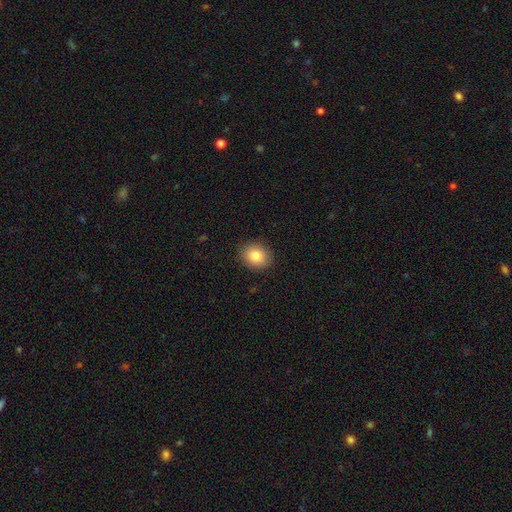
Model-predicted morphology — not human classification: Smooth or featured?
  - smooth: 83% *
  - star or artifact: 9%
  - featured or disk: 8%
How rounded?
  - round: 67% *
  - in between: 32%
  - cigar-shaped: 1%
Merging?
  - none: 89% *
  - minor disturbance: 8%
  - major disturbance: 2%
  - merger: 1%